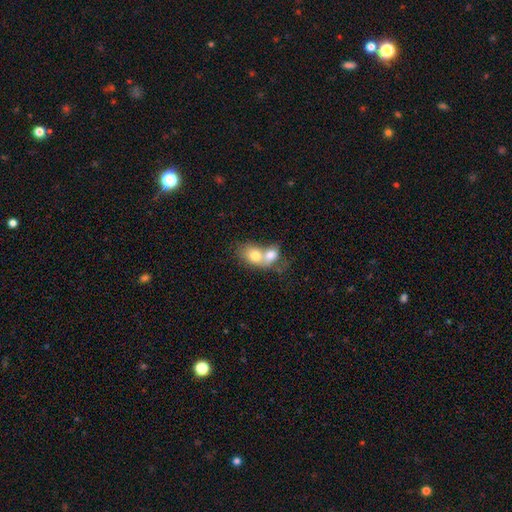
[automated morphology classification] Overall: smooth (70%). How rounded: in between (61%; round 37%). Merging: merger (76%).